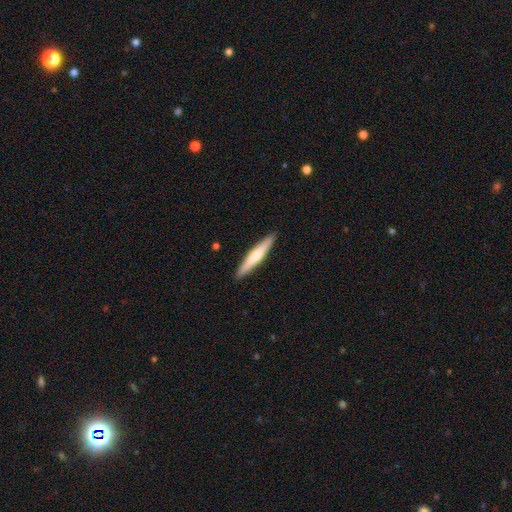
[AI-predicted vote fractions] smooth_or_featured: smooth (p=0.59) [alt: featured or disk p=0.37]
how_rounded: cigar-shaped (p=0.92) [alt: in between p=0.07]
merging: none (p=0.91) [alt: minor disturbance p=0.06]